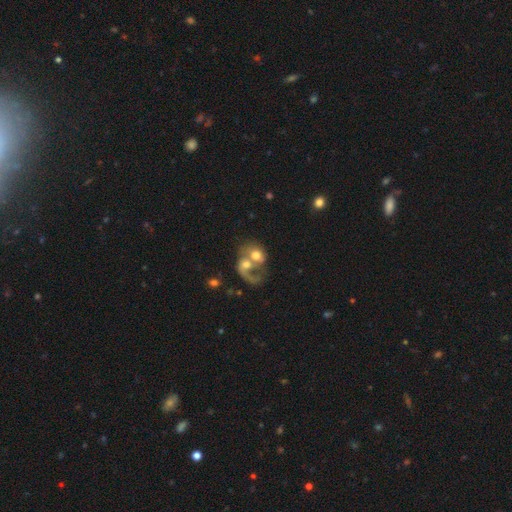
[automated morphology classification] The model was most divided on "smooth or featured": featured or disk: 55%, smooth: 37%, star or artifact: 8%. More confident: edge-on disk — no (97%); bar — no (75%); merging — merger (73%); spiral arms — yes (63%); bulge size — moderate (53%).